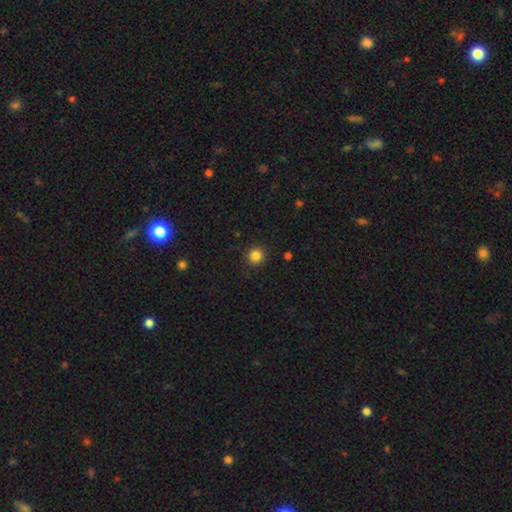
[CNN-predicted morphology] type=smooth (84%); roundness=round (93%); merging=none (90%).